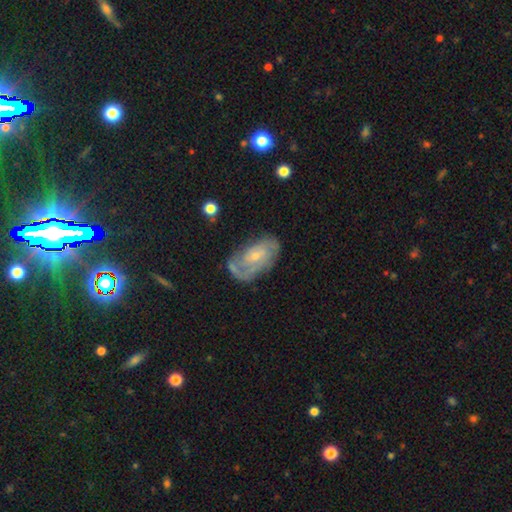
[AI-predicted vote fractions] Smooth or featured: featured or disk — 75% (smooth — 19%)
Edge-on disk: no — 95% (yes — 5%)
Bar: no — 62% (weak — 32%)
Spiral arms: yes — 87% (no — 13%)
Spiral winding: tight — 47% (medium — 37%)
Spiral arm count: 2 — 44% (can't tell — 30%)
Bulge size: small — 69% (moderate — 25%)
Merging: none — 61% (minor disturbance — 24%)